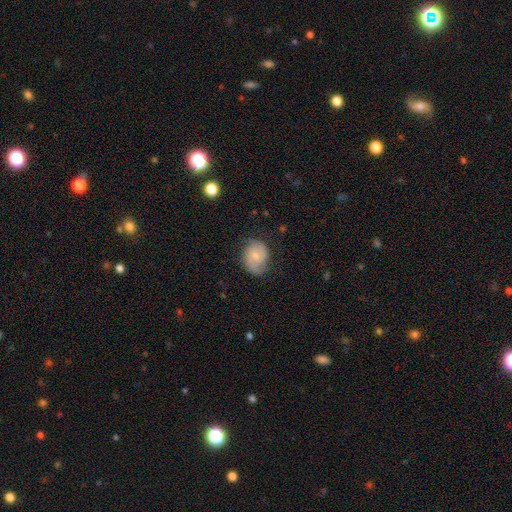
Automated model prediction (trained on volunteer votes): smooth 49%, featured or disk 43%, star or artifact 7%. Down the decision tree: merging — none (62%).